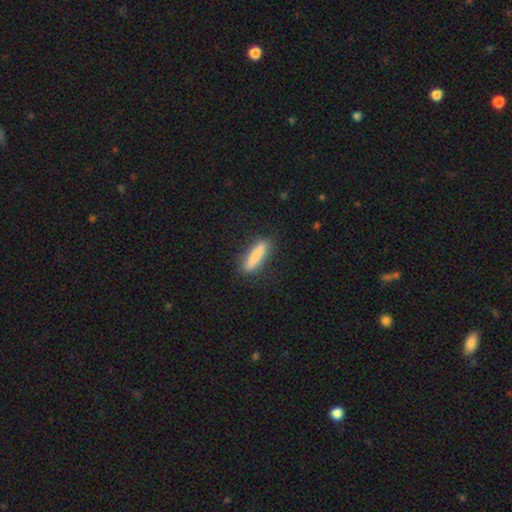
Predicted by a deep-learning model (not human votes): Smooth or featured? Predicted: smooth (p=0.81). How rounded? Predicted: cigar-shaped (p=0.79). Merging? Predicted: none (p=0.86).